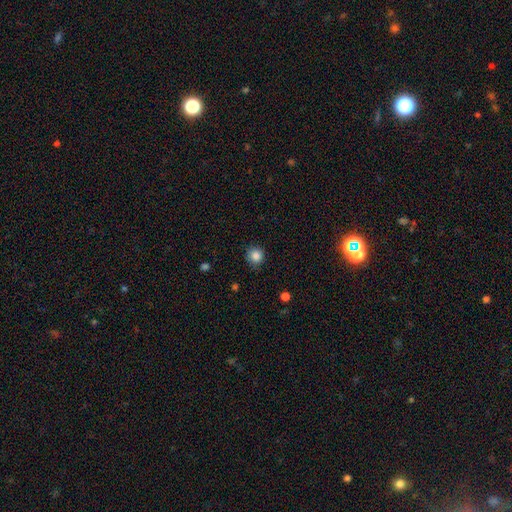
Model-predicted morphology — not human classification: The model was most divided on "merging": none: 80%, minor disturbance: 16%, major disturbance: 3%, merger: 1%. More confident: how rounded — round (89%); smooth or featured — smooth (85%).